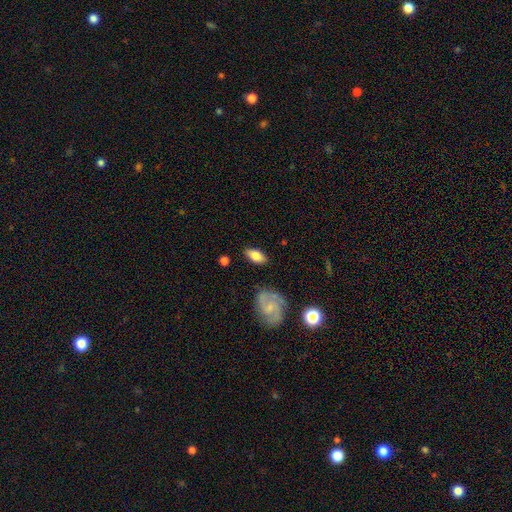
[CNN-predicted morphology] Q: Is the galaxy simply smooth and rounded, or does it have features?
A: smooth — 74%.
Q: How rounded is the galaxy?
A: in between — 88%.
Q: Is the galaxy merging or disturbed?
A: none — 84%.